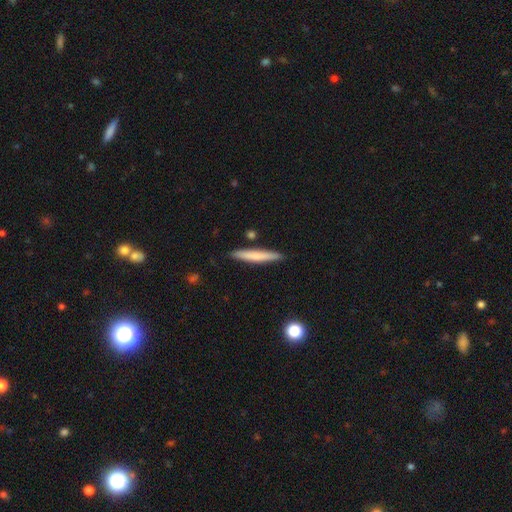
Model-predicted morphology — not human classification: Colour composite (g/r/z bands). It shows a smooth galaxy with no disk features (67%) that is cigar-shaped (94%). Merging: none (87%).